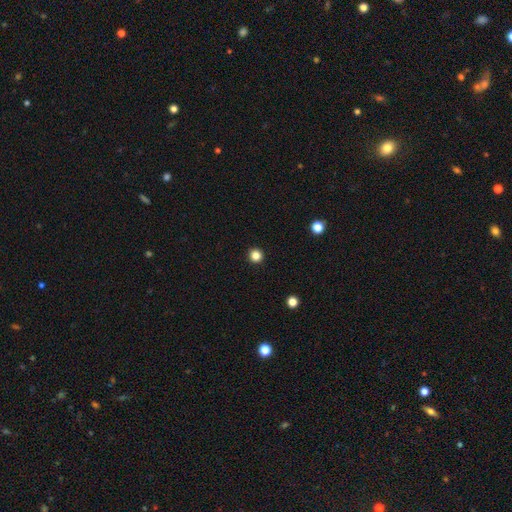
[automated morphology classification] A smooth galaxy with no disk features (84%) that is round (96%). Merging: none (94%).